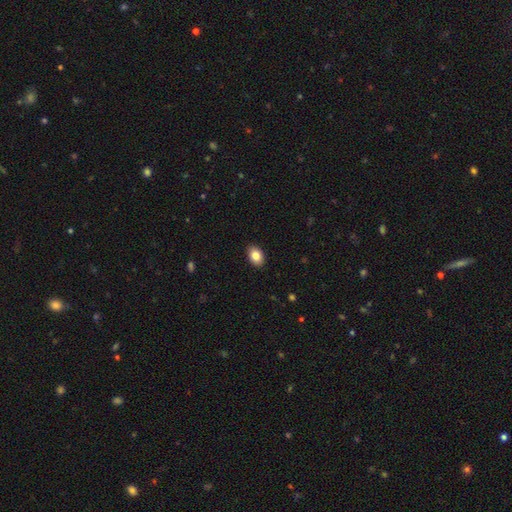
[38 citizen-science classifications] Volunteers were most divided on "smooth or featured": smooth: 87%, star or artifact: 8%, featured or disk: 5%. More confident: merging — none (100%); how rounded — in between (94%).